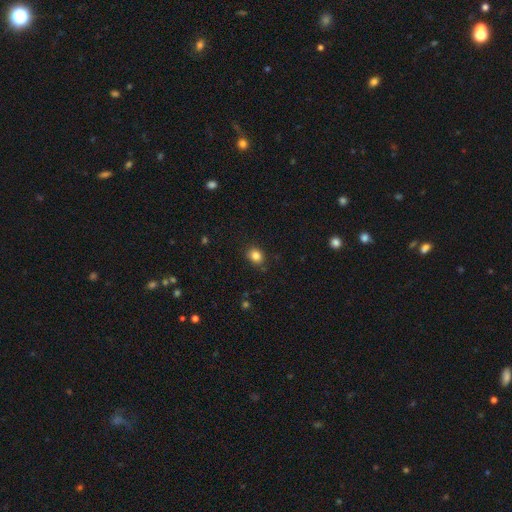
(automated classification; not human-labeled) Smooth or featured? smooth (84%)
How rounded? round (58%)
Merging? none (85%)